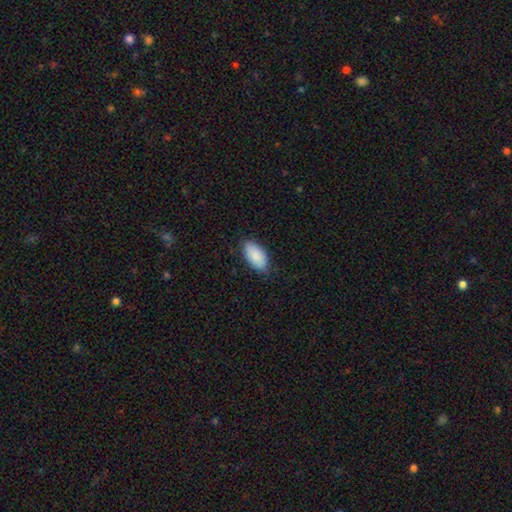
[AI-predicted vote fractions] Q: Smooth or featured?
A: smooth (88%); runner-up: featured or disk (6%)
Q: How rounded?
A: in between (95%); runner-up: cigar-shaped (3%)
Q: Merging?
A: none (82%); runner-up: minor disturbance (14%)